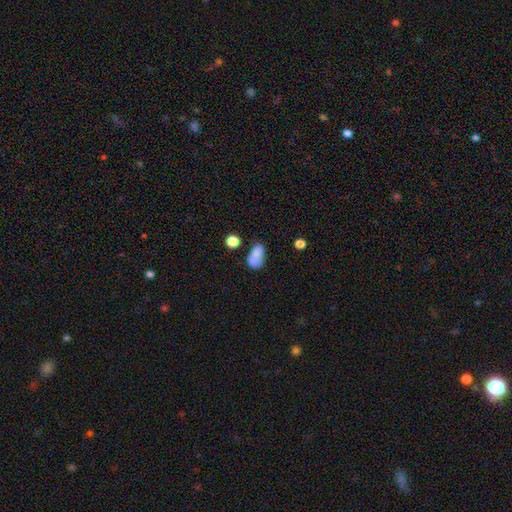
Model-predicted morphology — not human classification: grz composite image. It shows a smooth galaxy with no disk features (78%) that is in between round and cigar-shaped (88%). Merging: none (42%).